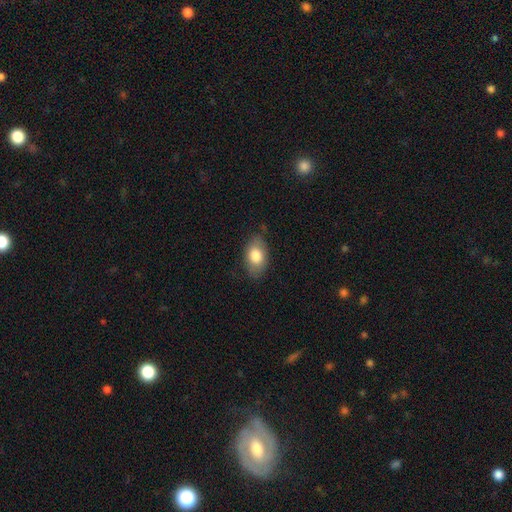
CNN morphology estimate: smooth 80%, featured or disk 13%, star or artifact 7%. Down the decision tree: how rounded — in between (90%); merging — none (79%).